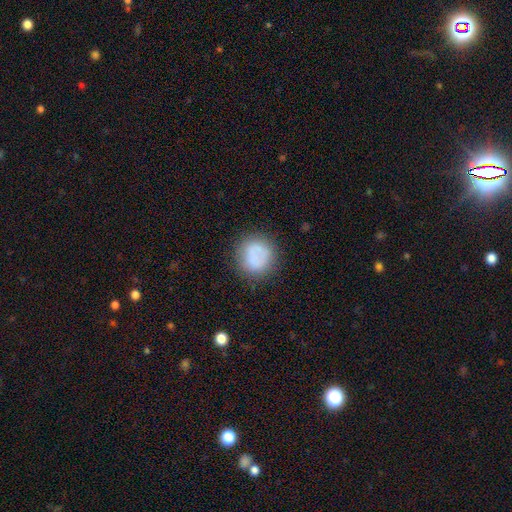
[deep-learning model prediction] A smooth galaxy with no disk features (76%) that is round (89%).

Vote fractions:
- Smooth or featured? smooth: 76% / featured or disk: 15% / star or artifact: 9%
- How rounded? round: 89% / in between: 10% / cigar-shaped: 1%
- Merging? none: 77% / minor disturbance: 14% / major disturbance: 6% / merger: 3%